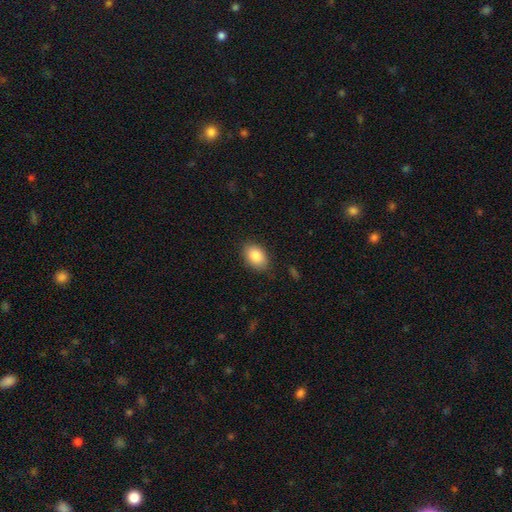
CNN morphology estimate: The model was most divided on "how rounded": in between: 83%, round: 15%, cigar-shaped: 1%. More confident: smooth or featured — smooth (86%); merging — none (84%).